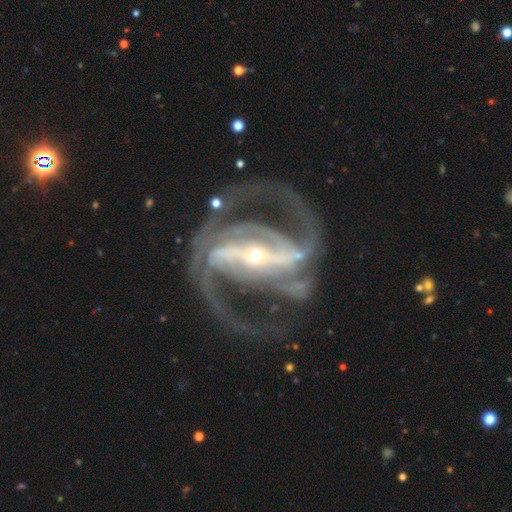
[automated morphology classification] featured or disk 93%, star or artifact 5%, smooth 2%. Down the decision tree: edge-on disk — no (97%); bar — strong (79%); spiral arms — yes (98%); spiral arm count — 2 (60%); spiral winding — medium (58%); bulge size — small (78%); merging — none (66%).